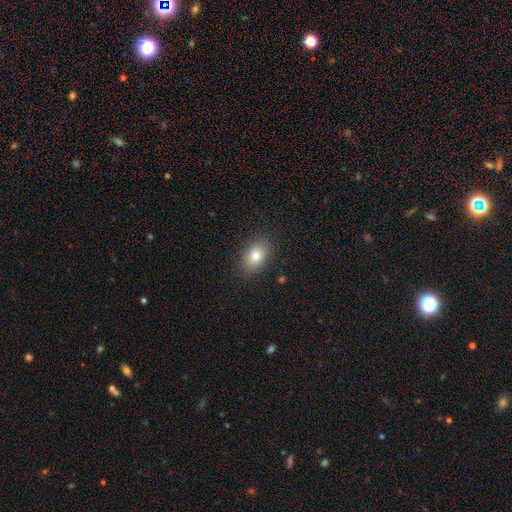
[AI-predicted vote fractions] A smooth galaxy with no disk features (79%) that is in between round and cigar-shaped (78%).

Vote fractions:
- Smooth or featured? smooth: 79% / featured or disk: 11% / star or artifact: 10%
- How rounded? in between: 78% / round: 21% / cigar-shaped: 1%
- Merging? none: 87% / minor disturbance: 10% / major disturbance: 3% / merger: 1%